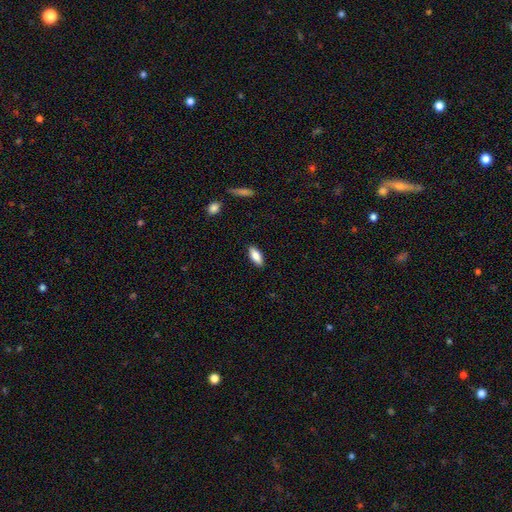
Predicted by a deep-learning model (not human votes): smooth 82%, featured or disk 12%, star or artifact 6%. Down the decision tree: how rounded — in between (78%); merging — none (88%).